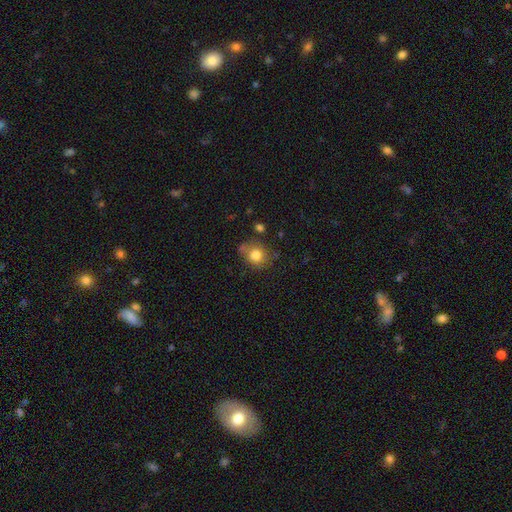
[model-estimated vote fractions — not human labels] The model was most divided on "merging": none: 67%, minor disturbance: 19%, merger: 8%, major disturbance: 6%. More confident: smooth or featured — smooth (80%); how rounded — round (76%).